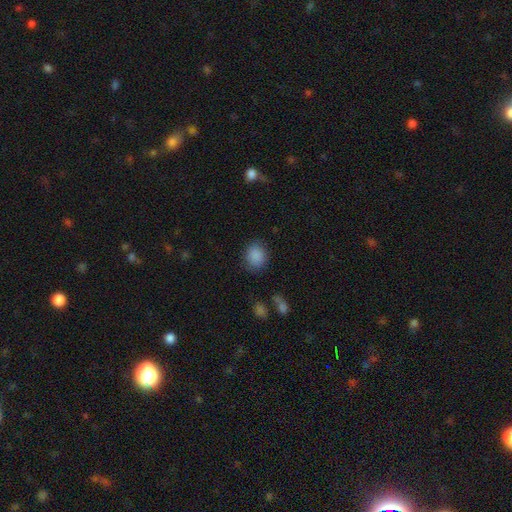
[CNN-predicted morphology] smooth-or-featured: smooth: 87% | star or artifact: 9% | featured or disk: 4%
  how-rounded: round: 69% | in between: 30% | cigar-shaped: 1%
  merging: none: 84% | minor disturbance: 11% | major disturbance: 4% | merger: 1%